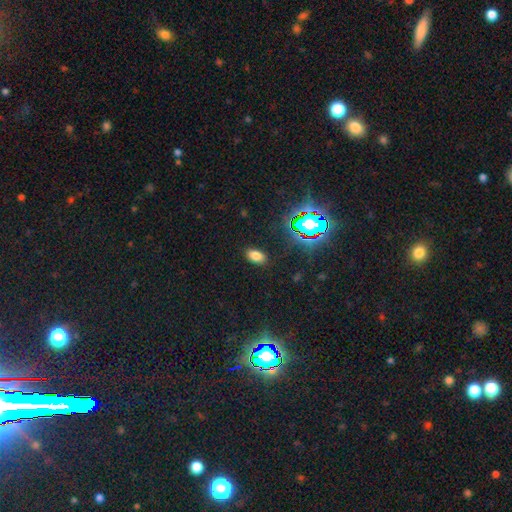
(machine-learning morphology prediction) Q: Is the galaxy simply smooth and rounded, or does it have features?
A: smooth — 74%.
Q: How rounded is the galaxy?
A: in between — 90%.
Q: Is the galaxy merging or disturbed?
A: none — 88%.